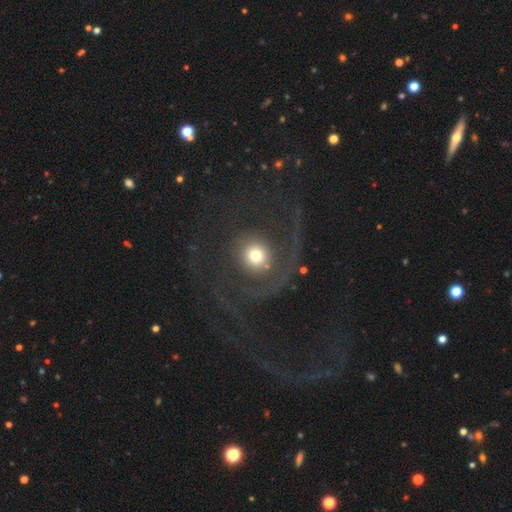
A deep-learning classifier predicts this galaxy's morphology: Smooth or featured: smooth — 48% (featured or disk — 39%)
Merging: none — 55% (major disturbance — 31%)